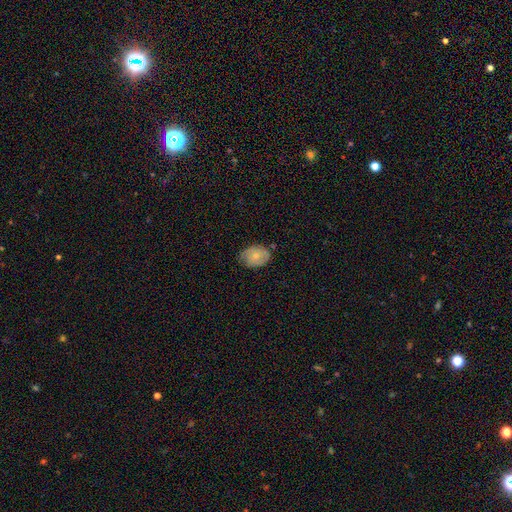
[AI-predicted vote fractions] Smooth or featured?
  - smooth: 65% *
  - featured or disk: 28%
  - star or artifact: 7%
How rounded?
  - in between: 75% *
  - round: 24%
  - cigar-shaped: 1%
Merging?
  - none: 65% *
  - minor disturbance: 28%
  - major disturbance: 5%
  - merger: 2%